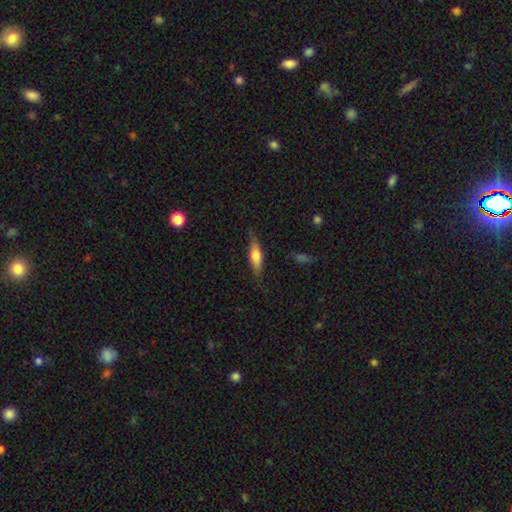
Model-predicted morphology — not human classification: smooth 60%, featured or disk 34%, star or artifact 6%. Down the decision tree: how rounded — cigar-shaped (57%); merging — none (78%).